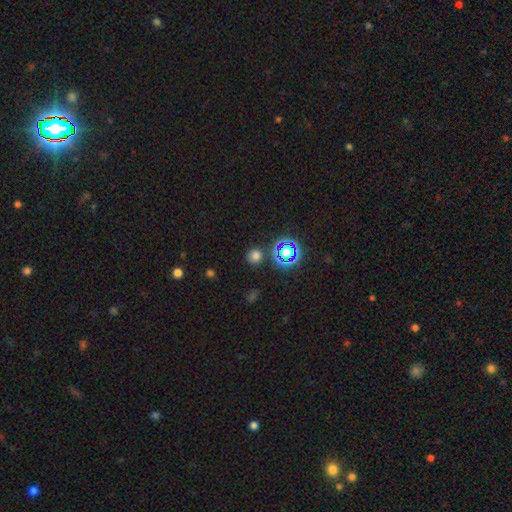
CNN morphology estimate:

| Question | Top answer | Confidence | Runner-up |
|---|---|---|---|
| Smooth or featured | smooth | 68% | star or artifact (26%) |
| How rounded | round | 89% | in between (10%) |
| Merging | none | 84% | minor disturbance (8%) |